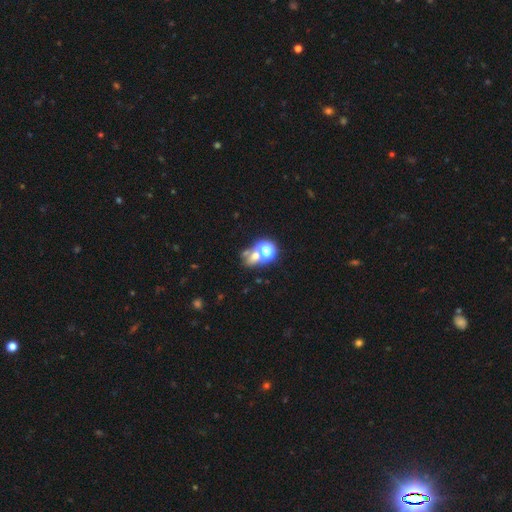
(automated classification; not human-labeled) The model was most divided on "smooth or featured": smooth: 44%, star or artifact: 42%, featured or disk: 15%. Remaining: merging — none (48%).